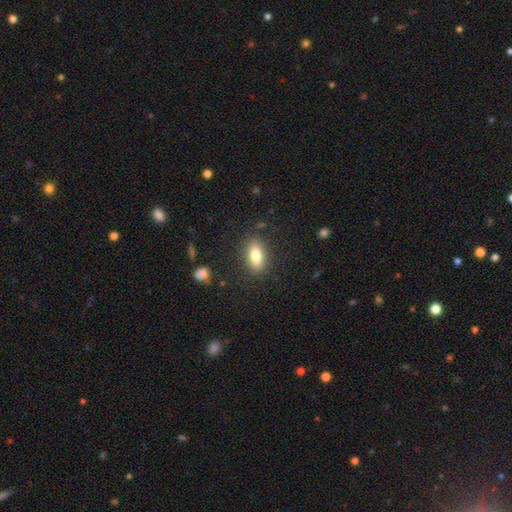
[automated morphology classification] A smooth galaxy with no disk features (76%) that is in between round and cigar-shaped (78%).

Vote fractions:
- Smooth or featured? smooth: 76% / featured or disk: 17% / star or artifact: 8%
- How rounded? in between: 78% / cigar-shaped: 17% / round: 5%
- Merging? none: 85% / minor disturbance: 11% / major disturbance: 3% / merger: 2%